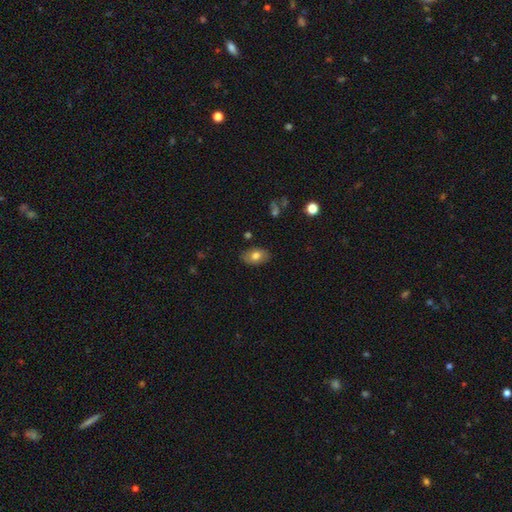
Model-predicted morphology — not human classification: Overall: smooth (75%). How rounded: in between (89%). Merging: none (84%).